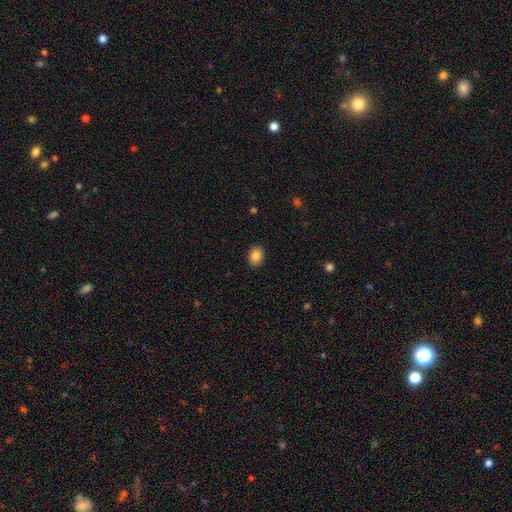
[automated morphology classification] Smooth or featured: smooth — 86% (star or artifact — 8%)
How rounded: in between — 73% (round — 26%)
Merging: none — 89% (minor disturbance — 8%)